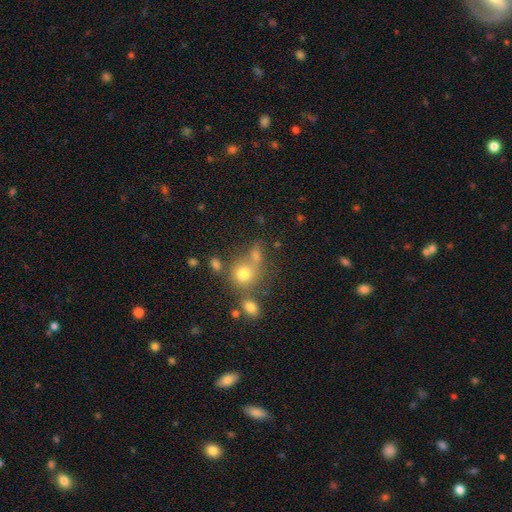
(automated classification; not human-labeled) This is likely a smooth galaxy (69%). How rounded: likely round (74%). Merging: possibly none (49%).